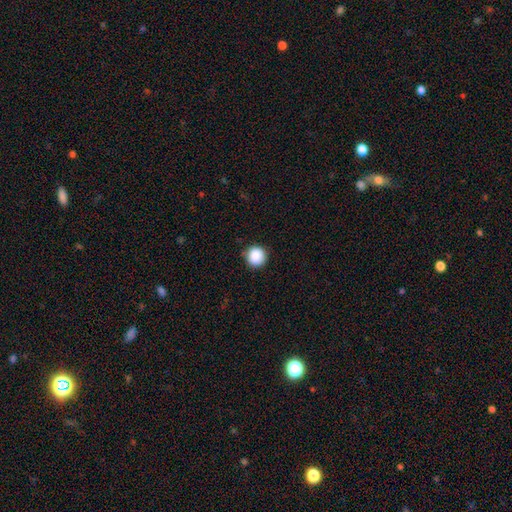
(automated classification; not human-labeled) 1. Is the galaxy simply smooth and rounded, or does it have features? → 87% smooth, 9% star or artifact, 3% featured or disk.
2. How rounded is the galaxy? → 94% round, 5% in between, 1% cigar-shaped.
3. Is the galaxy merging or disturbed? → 87% none, 10% minor disturbance, 2% major disturbance, 1% merger.